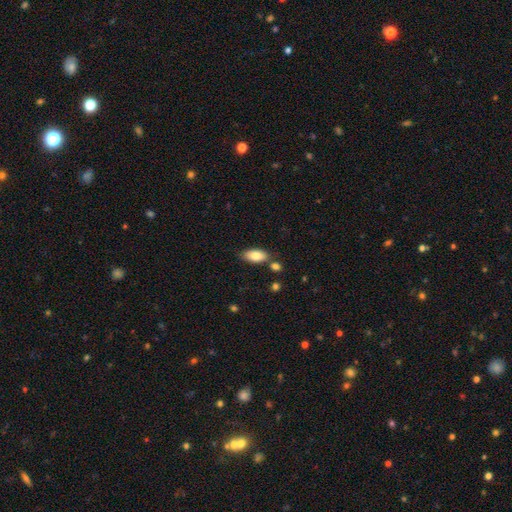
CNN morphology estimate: Q: Smooth or featured?
A: smooth (82%); runner-up: featured or disk (12%)
Q: How rounded?
A: in between (90%); runner-up: cigar-shaped (7%)
Q: Merging?
A: none (73%); runner-up: minor disturbance (14%)